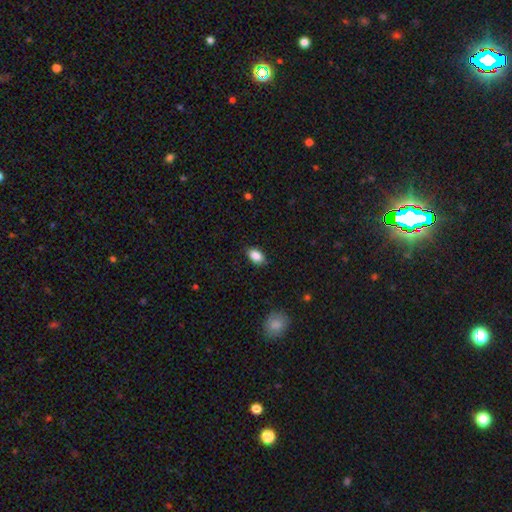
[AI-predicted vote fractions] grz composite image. It shows a smooth galaxy with no disk features (87%) that is in between round and cigar-shaped (88%). Merging: none (85%).